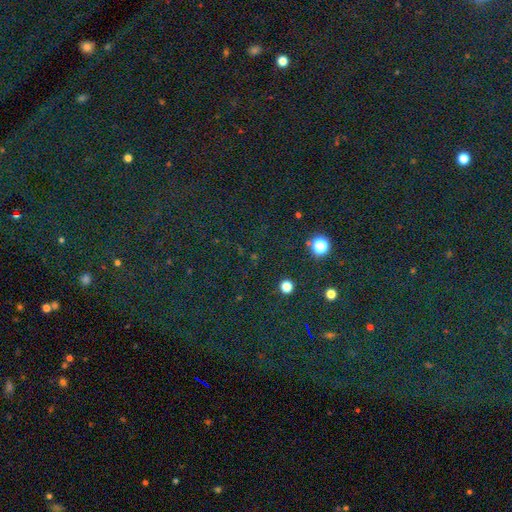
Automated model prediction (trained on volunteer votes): A star or artifact, not a galaxy (82%).